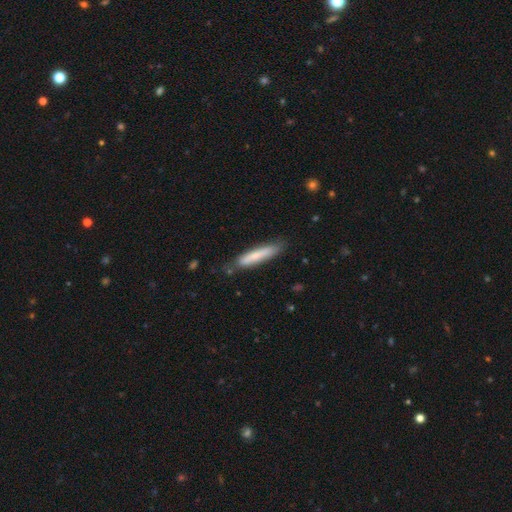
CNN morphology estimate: smooth_or_featured: smooth (p=0.71) [alt: featured or disk p=0.23]
how_rounded: cigar-shaped (p=0.89) [alt: in between p=0.10]
merging: none (p=0.76) [alt: minor disturbance p=0.17]